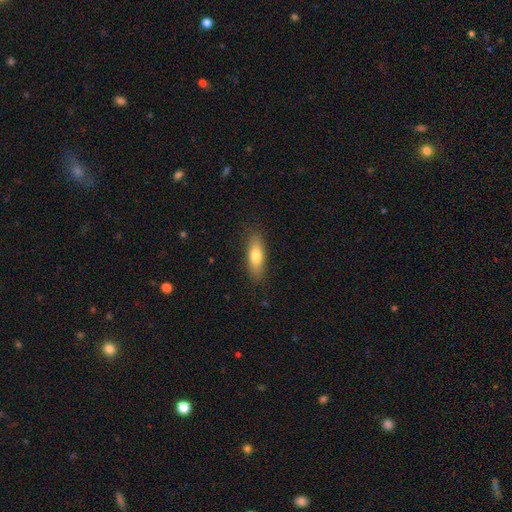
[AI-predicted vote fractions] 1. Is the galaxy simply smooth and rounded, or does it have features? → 74% smooth, 19% featured or disk, 7% star or artifact.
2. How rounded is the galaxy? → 60% in between, 37% cigar-shaped, 3% round.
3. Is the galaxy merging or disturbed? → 85% none, 11% minor disturbance, 3% major disturbance, 1% merger.